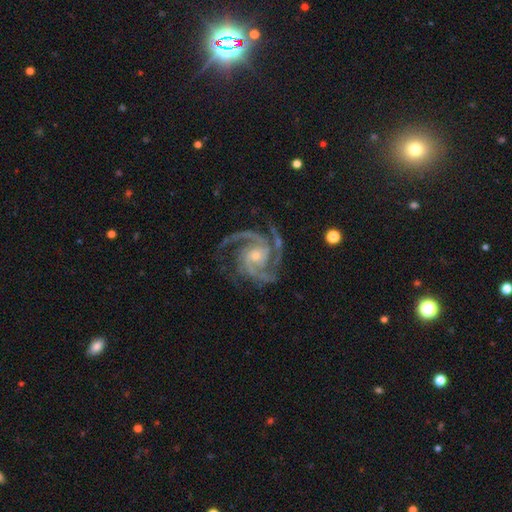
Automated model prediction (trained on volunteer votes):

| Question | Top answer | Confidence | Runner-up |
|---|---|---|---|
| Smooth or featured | featured or disk | 94% | star or artifact (4%) |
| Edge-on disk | no | 98% | yes (2%) |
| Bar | no | 63% | weak (26%) |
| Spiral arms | yes | 99% | no (1%) |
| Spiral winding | tight | 51% | medium (44%) |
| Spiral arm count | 3 | 50% | 2 (29%) |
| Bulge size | small | 57% | moderate (38%) |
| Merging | none | 76% | minor disturbance (15%) |